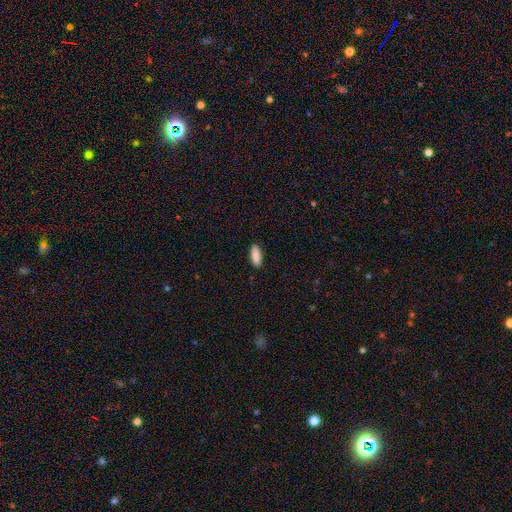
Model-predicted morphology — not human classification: Smooth or featured? smooth (90%)
How rounded? in between (76%)
Merging? none (89%)